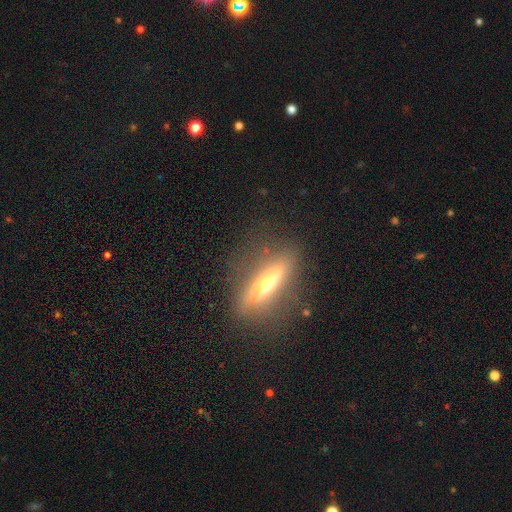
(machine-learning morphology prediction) Smooth or featured? Predicted: featured or disk (p=0.62). Edge-on disk? Predicted: yes (p=0.83). Edge-on bulge? Predicted: rounded (p=0.87). Merging? Predicted: none (p=0.83).